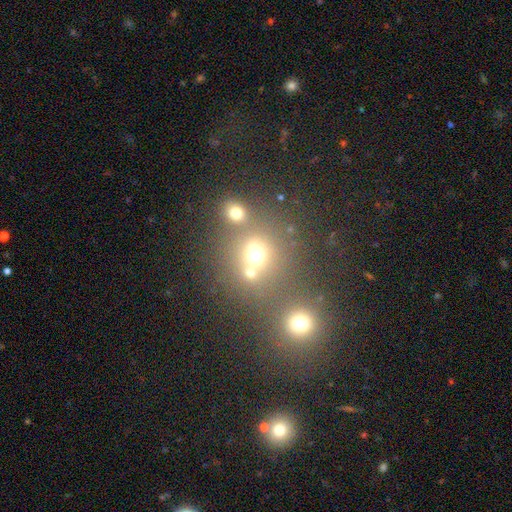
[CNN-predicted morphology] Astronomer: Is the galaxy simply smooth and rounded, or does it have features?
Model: smooth — 63%.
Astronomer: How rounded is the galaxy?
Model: round — 80%.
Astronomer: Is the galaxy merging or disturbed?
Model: none — 50% (runner-up: merger, 36%).